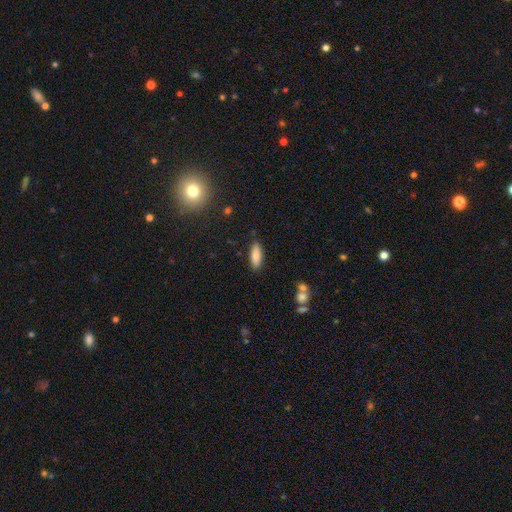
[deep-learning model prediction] Smooth or featured? smooth (82%)
How rounded? in between (62%)
Merging? none (86%)